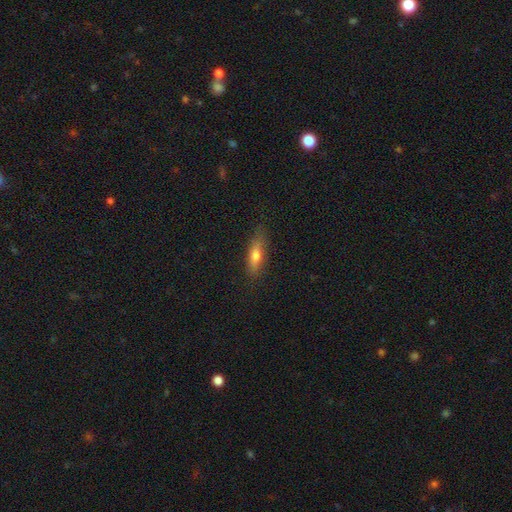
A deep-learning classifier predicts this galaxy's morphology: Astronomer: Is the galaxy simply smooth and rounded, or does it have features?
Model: smooth — 71%.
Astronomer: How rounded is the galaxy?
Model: in between — 49% (runner-up: cigar-shaped, 48%).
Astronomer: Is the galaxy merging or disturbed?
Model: none — 78%.